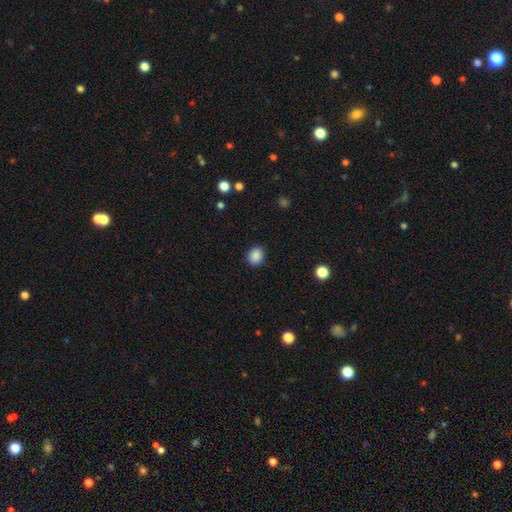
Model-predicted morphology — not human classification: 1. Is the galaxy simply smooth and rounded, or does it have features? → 88% smooth, 9% star or artifact, 3% featured or disk.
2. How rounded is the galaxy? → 72% round, 27% in between, 1% cigar-shaped.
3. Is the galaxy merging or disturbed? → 90% none, 7% minor disturbance, 2% major disturbance, 1% merger.